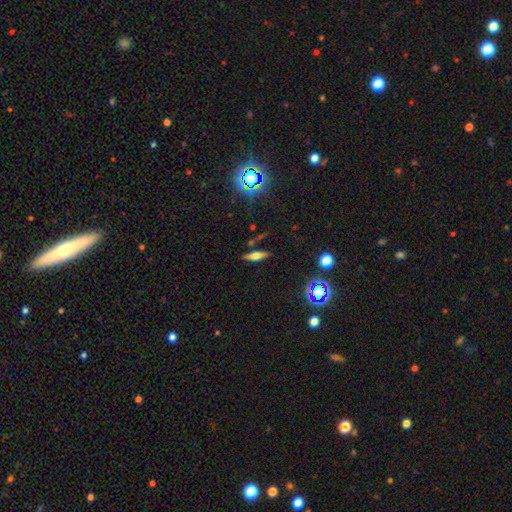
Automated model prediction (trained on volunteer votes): Overall: featured or disk (43%; smooth 42%). Merging: none (82%).